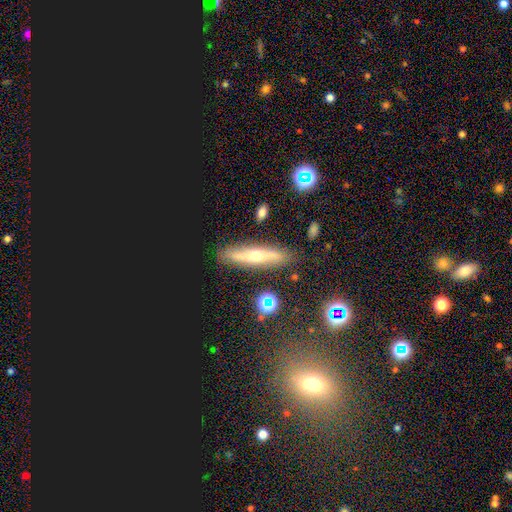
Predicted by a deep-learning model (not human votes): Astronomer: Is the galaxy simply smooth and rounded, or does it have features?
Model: featured or disk — 56% (runner-up: smooth, 34%).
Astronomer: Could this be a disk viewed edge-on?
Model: yes — 73%.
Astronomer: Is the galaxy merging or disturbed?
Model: none — 82%.